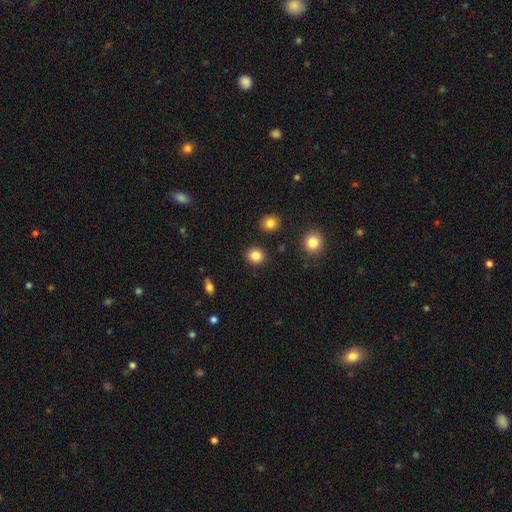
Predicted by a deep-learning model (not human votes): smooth_or_featured: smooth (p=0.85) [alt: star or artifact p=0.10]
how_rounded: round (p=0.88) [alt: in between p=0.11]
merging: none (p=0.91) [alt: minor disturbance p=0.05]